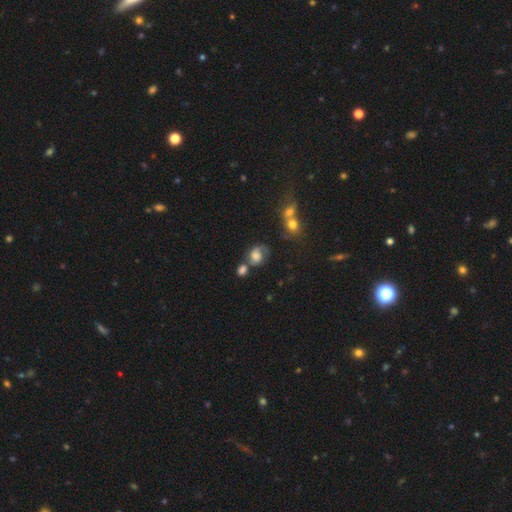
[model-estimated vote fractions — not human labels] Smooth or featured?
  - smooth: 49% *
  - featured or disk: 39%
  - star or artifact: 11%
Merging?
  - none: 37% *
  - merger: 27%
  - minor disturbance: 20%
  - major disturbance: 16%